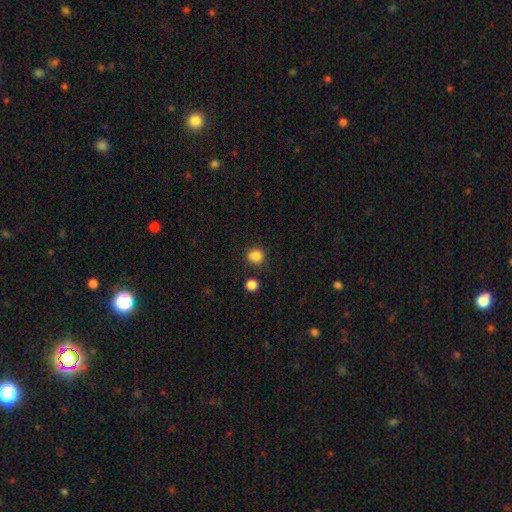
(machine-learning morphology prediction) type=smooth (84%); roundness=round (73%); merging=none (71%).